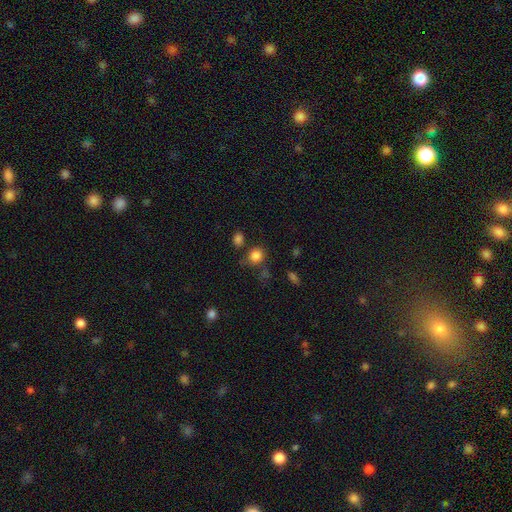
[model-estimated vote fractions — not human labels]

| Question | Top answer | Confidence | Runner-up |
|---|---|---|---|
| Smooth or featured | smooth | 83% | star or artifact (12%) |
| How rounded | round | 77% | in between (22%) |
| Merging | none | 69% | minor disturbance (15%) |